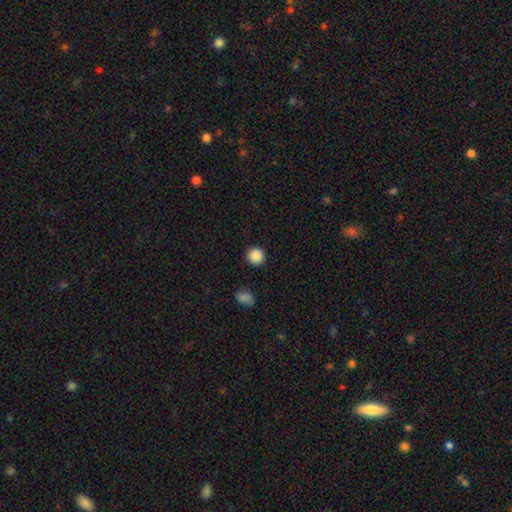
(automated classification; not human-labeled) Morphology: type=smooth (87%); roundness=round (95%); merging=none (91%).